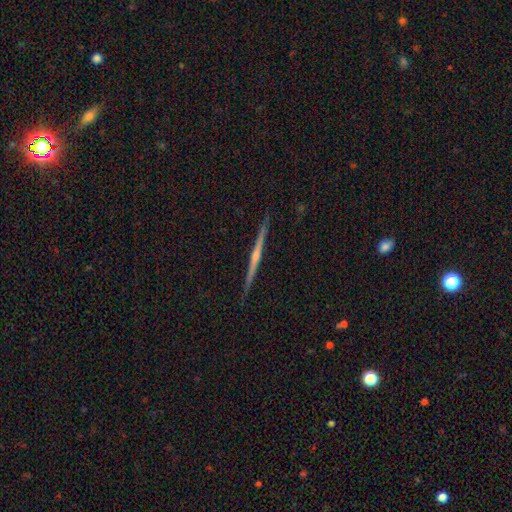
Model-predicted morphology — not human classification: smooth-or-featured: featured or disk: 76% | smooth: 15% | star or artifact: 9%
  disk-edge-on: yes: 98% | no: 2%
    edge-on-bulge: rounded: 65% | none: 27% | boxy: 8%
  merging: none: 92% | minor disturbance: 6% | major disturbance: 1% | merger: 1%